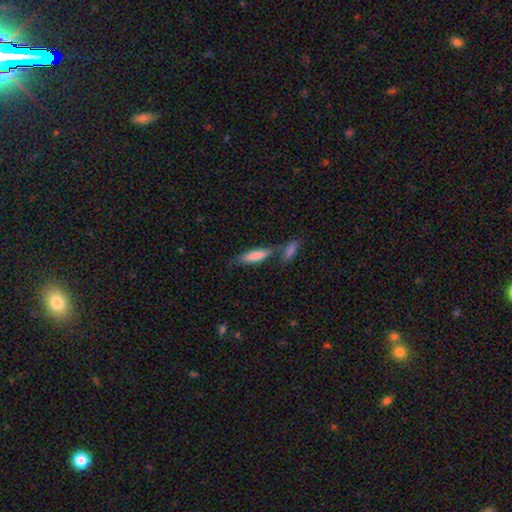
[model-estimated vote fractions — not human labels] Smooth or featured? smooth (79%)
How rounded? cigar-shaped (56%)
Merging? none (44%)